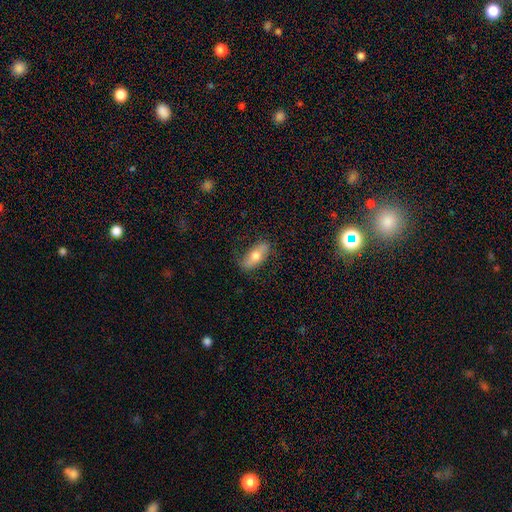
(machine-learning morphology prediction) The model was most divided on "smooth or featured": smooth: 59%, featured or disk: 35%, star or artifact: 6%. More confident: how rounded — in between (78%); merging — none (76%).